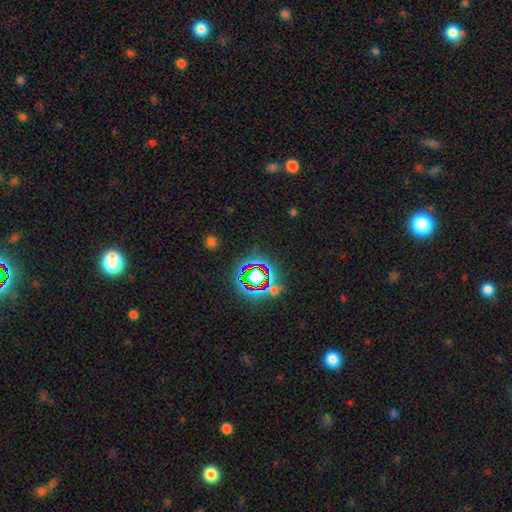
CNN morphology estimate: smooth_or_featured: star or artifact (p=0.73) [alt: smooth p=0.16]